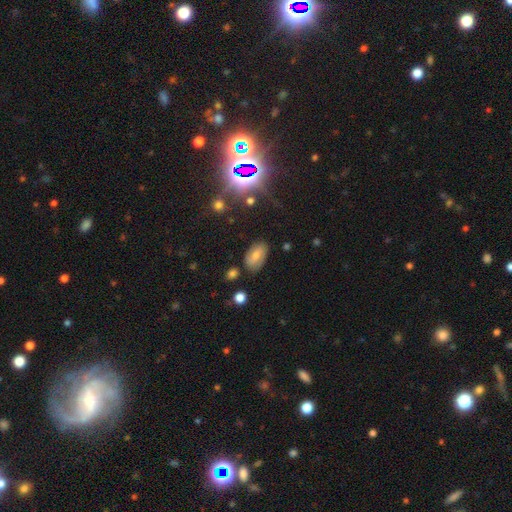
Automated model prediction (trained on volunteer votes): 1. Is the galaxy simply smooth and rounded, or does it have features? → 60% smooth, 29% featured or disk, 11% star or artifact.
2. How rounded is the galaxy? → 91% in between, 7% round, 2% cigar-shaped.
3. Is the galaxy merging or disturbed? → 78% none, 15% minor disturbance, 4% major disturbance, 3% merger.